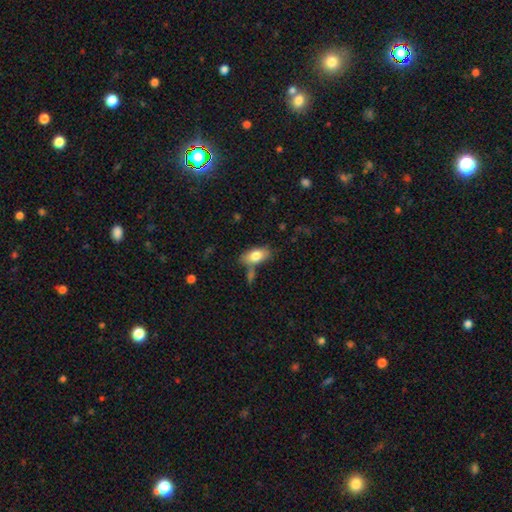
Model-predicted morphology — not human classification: type=smooth (78%); roundness=in between (89%); merging=none (63%).